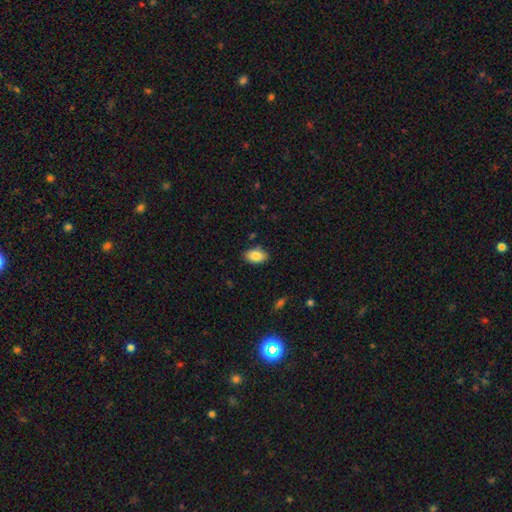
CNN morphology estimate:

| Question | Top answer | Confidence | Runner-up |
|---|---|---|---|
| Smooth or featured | smooth | 85% | featured or disk (8%) |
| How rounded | in between | 90% | round (9%) |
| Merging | none | 84% | minor disturbance (12%) |